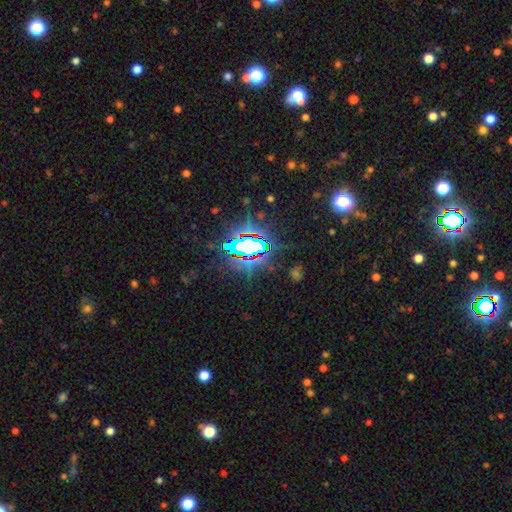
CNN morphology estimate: A star or artifact, not a galaxy (78%).

Vote fractions:
- Smooth or featured? star or artifact: 78% / smooth: 12% / featured or disk: 10%